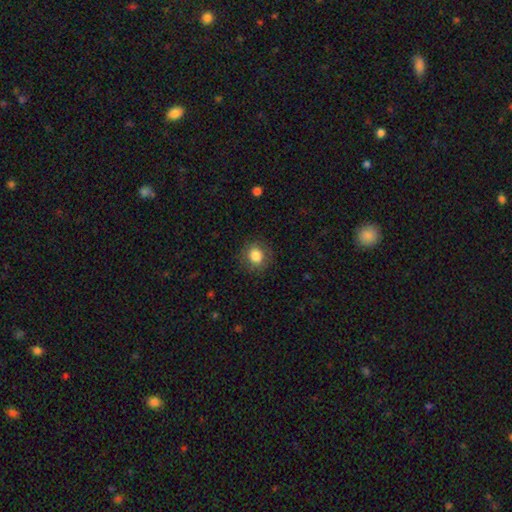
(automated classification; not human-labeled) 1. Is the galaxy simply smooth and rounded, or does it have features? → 83% smooth, 9% star or artifact, 8% featured or disk.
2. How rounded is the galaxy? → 83% round, 16% in between, 1% cigar-shaped.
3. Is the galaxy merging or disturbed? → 85% none, 10% minor disturbance, 4% major disturbance, 1% merger.